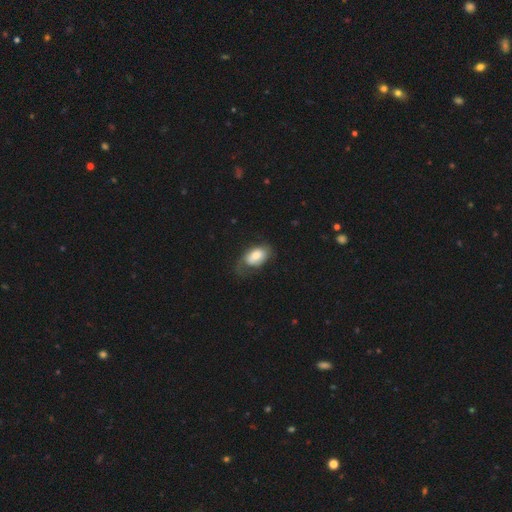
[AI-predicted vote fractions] Smooth or featured?
  - smooth: 66% *
  - featured or disk: 27%
  - star or artifact: 7%
How rounded?
  - in between: 89% *
  - round: 9%
  - cigar-shaped: 2%
Merging?
  - none: 40% *
  - minor disturbance: 30%
  - major disturbance: 27%
  - merger: 2%